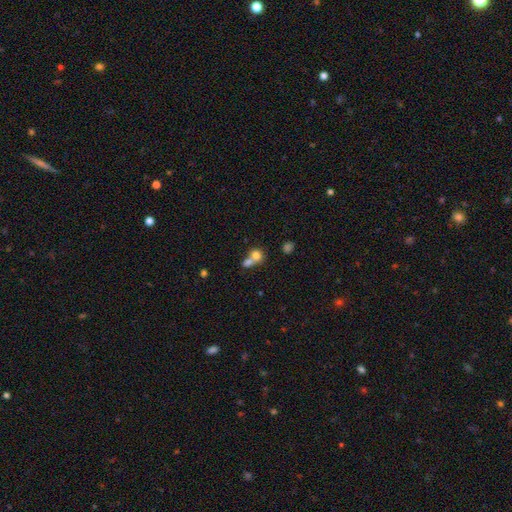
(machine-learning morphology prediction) A smooth galaxy with no disk features (76%) that is round (70%). Merging: merger (64%).